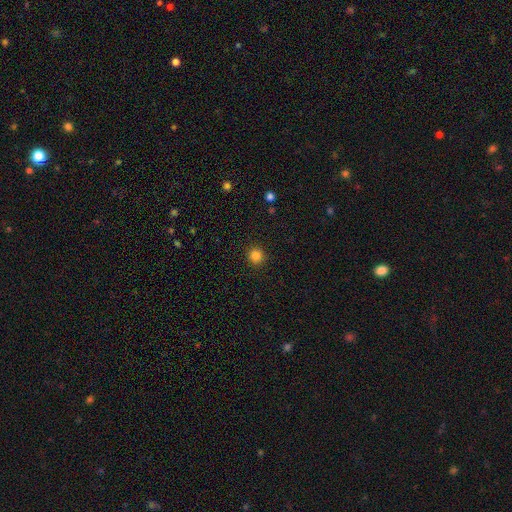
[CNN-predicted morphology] smooth_or_featured: smooth (p=0.83) [alt: star or artifact p=0.12]
how_rounded: round (p=0.95) [alt: in between p=0.04]
merging: none (p=0.93) [alt: minor disturbance p=0.05]